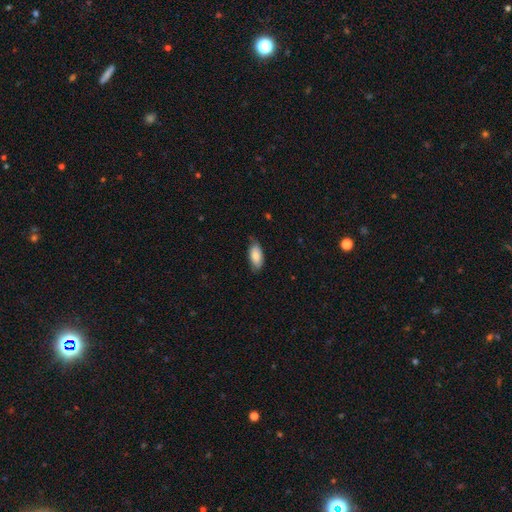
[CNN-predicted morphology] Q: Smooth or featured?
A: smooth (82%); runner-up: featured or disk (12%)
Q: How rounded?
A: in between (91%); runner-up: cigar-shaped (7%)
Q: Merging?
A: none (69%); runner-up: minor disturbance (26%)